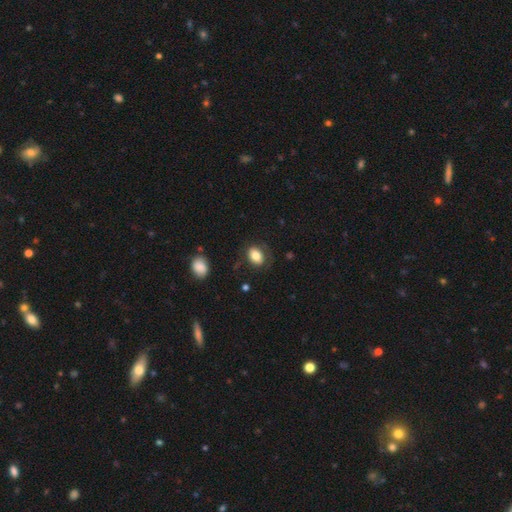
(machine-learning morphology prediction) Overall: smooth (80%). How rounded: in between (75%). Merging: none (74%).